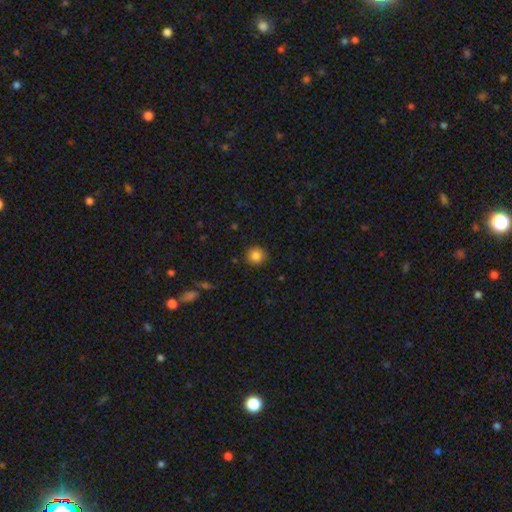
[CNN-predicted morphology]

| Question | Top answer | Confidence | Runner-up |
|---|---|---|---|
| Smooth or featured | smooth | 85% | star or artifact (10%) |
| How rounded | round | 94% | in between (5%) |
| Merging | none | 91% | minor disturbance (6%) |